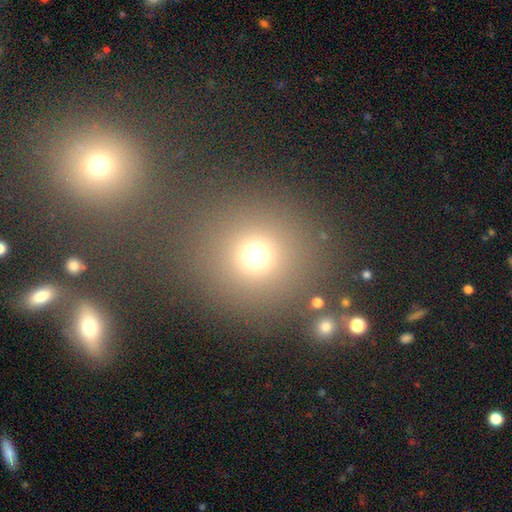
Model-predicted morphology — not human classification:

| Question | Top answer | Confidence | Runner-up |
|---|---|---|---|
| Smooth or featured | smooth | 69% | star or artifact (22%) |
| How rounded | round | 92% | in between (7%) |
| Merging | none | 73% | merger (12%) |